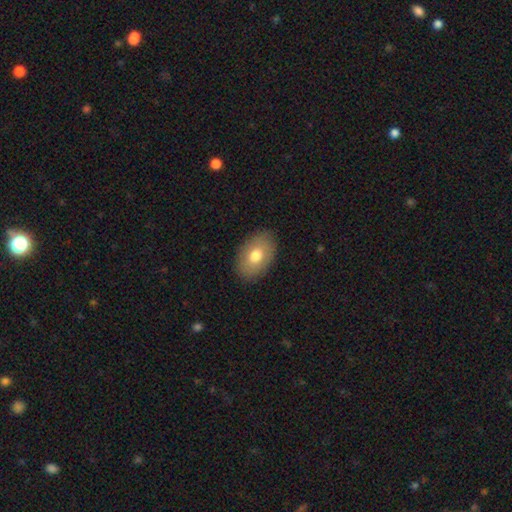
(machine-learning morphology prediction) Smooth or featured? smooth (74%)
How rounded? in between (87%)
Merging? none (87%)